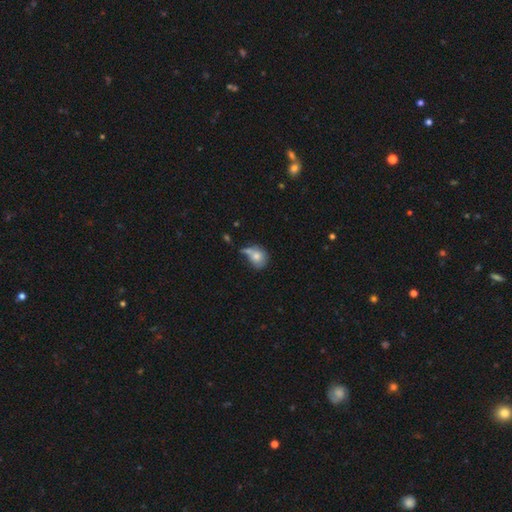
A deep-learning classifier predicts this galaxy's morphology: Q: Smooth or featured?
A: smooth (73%); runner-up: featured or disk (18%)
Q: How rounded?
A: round (63%); runner-up: in between (35%)
Q: Merging?
A: none (34%); runner-up: merger (24%)